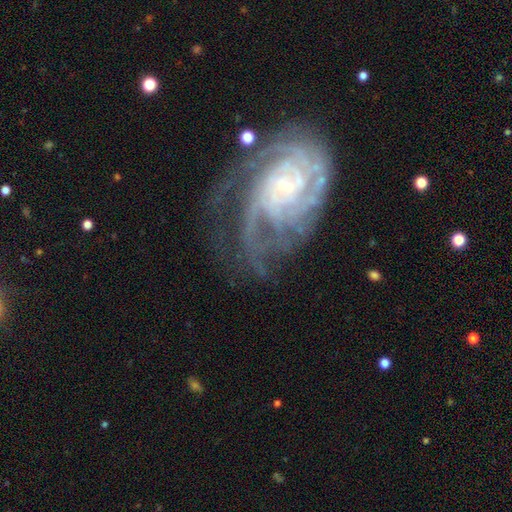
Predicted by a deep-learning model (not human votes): A featured or disk galaxy (86%) with no bar (65%), tight (70%) spiral arms (97%) and a small central bulge (77%). Merging: none (59%).